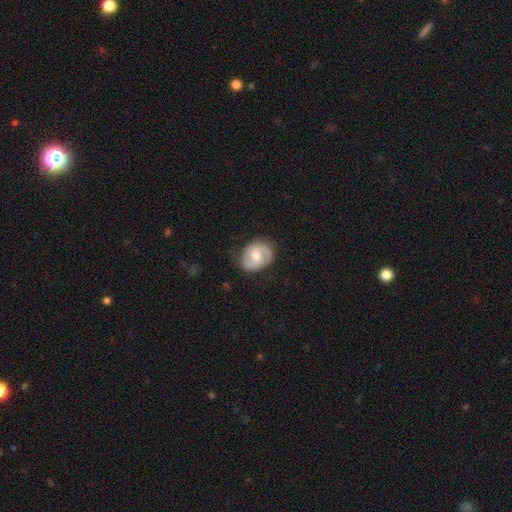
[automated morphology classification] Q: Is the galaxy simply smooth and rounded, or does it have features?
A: featured or disk — 61%.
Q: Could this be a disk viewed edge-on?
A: no — 97%.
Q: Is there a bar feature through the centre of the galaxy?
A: no — 45%.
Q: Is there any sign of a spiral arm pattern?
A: yes — 80%.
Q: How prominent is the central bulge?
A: moderate — 69%.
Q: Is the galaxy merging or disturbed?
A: none — 77%.